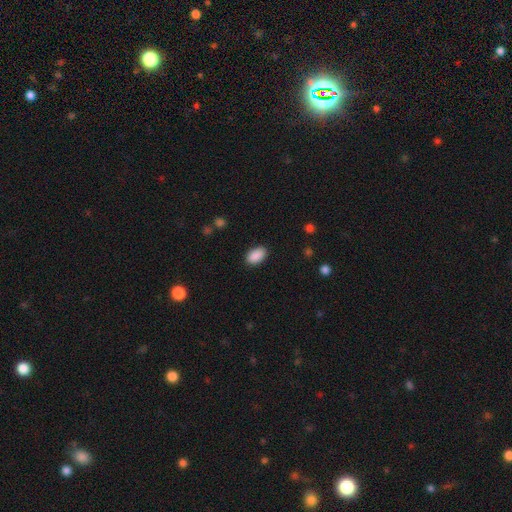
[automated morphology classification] A smooth galaxy with no disk features (90%) that is in between round and cigar-shaped (93%).

Vote fractions:
- Smooth or featured? smooth: 90% / star or artifact: 7% / featured or disk: 3%
- How rounded? in between: 93% / round: 6% / cigar-shaped: 1%
- Merging? none: 88% / minor disturbance: 9% / major disturbance: 2% / merger: 1%